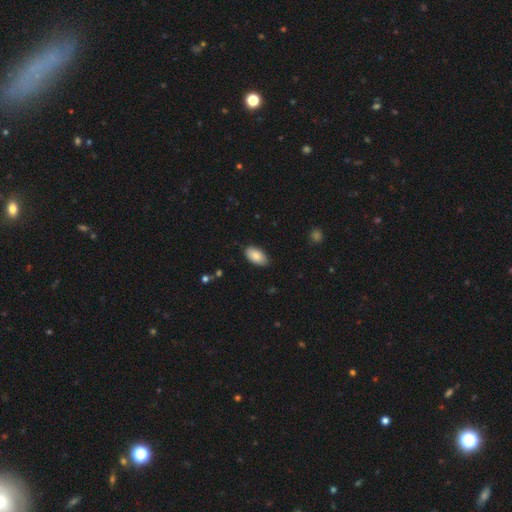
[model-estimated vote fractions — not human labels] This is clearly a smooth galaxy (85%). How rounded: clearly in between (95%). Merging: clearly none (84%).